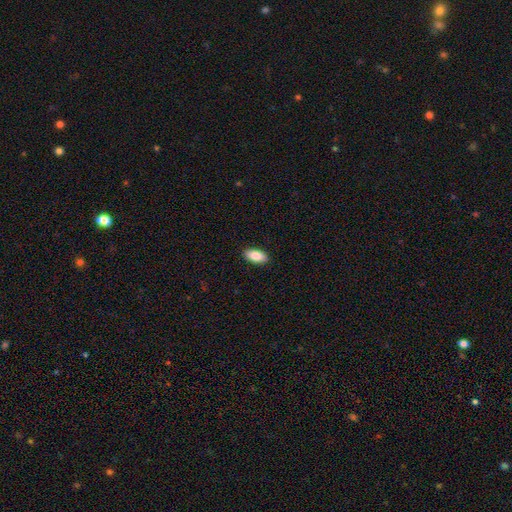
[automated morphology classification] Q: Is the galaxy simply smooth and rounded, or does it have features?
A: smooth — 87%.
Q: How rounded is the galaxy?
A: in between — 92%.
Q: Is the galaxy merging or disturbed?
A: none — 90%.